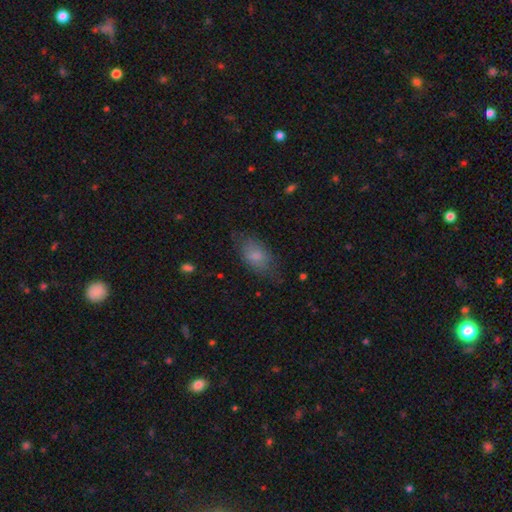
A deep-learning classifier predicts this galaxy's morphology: This is likely a smooth galaxy (77%). How rounded: clearly in between (90%). Merging: likely none (69%).